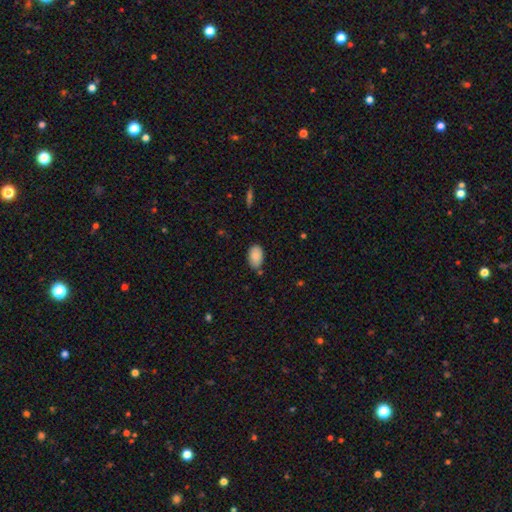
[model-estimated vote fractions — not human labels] This is clearly a smooth galaxy (88%). How rounded: clearly in between (92%). Merging: likely none (70%).